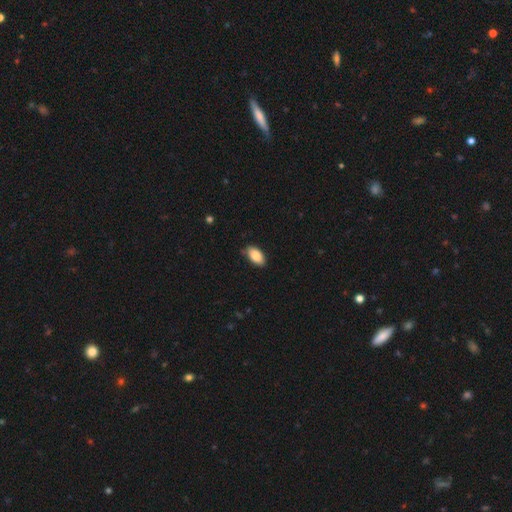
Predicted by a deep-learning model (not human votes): This appears to be a smooth galaxy with no disk features (87%) that is in between round and cigar-shaped (94%). Merging: none (81%).